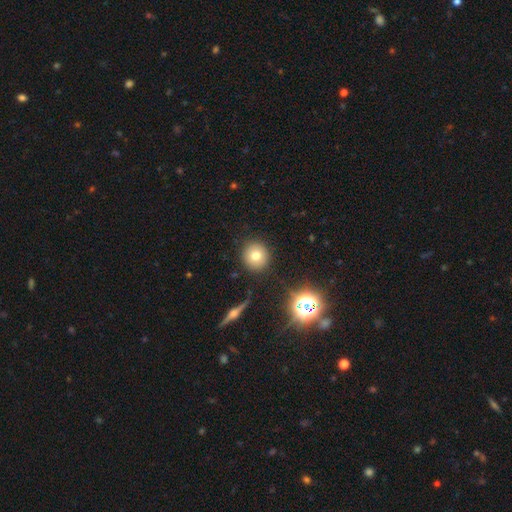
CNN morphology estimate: smooth 74%, star or artifact 14%, featured or disk 12%. Down the decision tree: how rounded — round (92%); merging — none (89%).